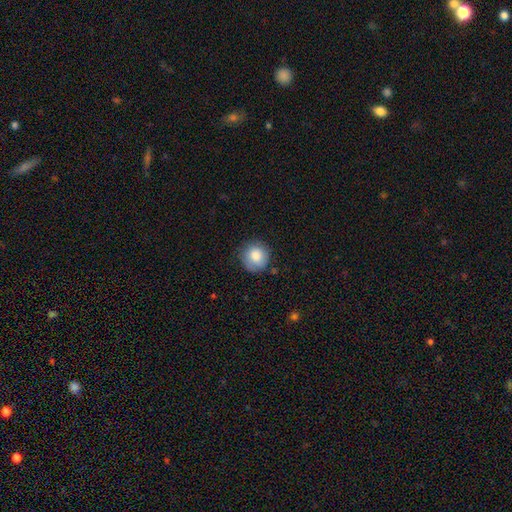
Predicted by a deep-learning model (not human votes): A smooth galaxy with no disk features (82%) that is round (92%). Merging: none (79%).